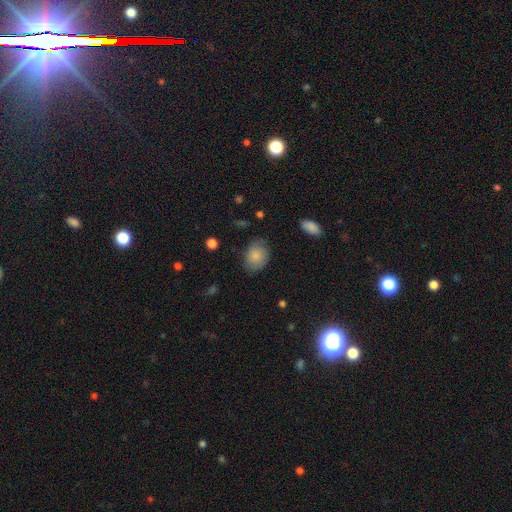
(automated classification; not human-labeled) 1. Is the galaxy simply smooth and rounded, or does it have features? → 82% smooth, 10% featured or disk, 8% star or artifact.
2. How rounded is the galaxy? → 63% in between, 36% round, 1% cigar-shaped.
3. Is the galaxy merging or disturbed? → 76% none, 18% minor disturbance, 5% major disturbance, 1% merger.